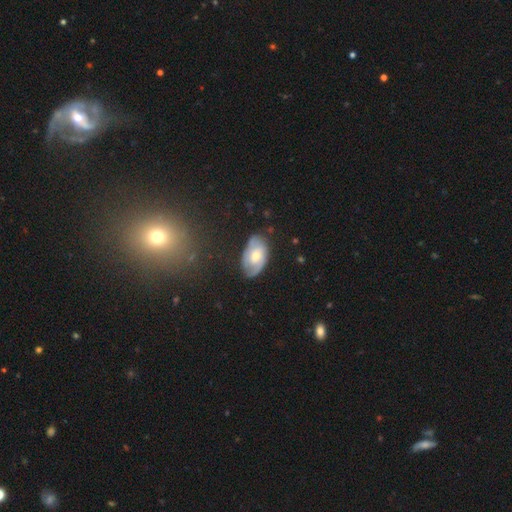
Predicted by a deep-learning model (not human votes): Q: Smooth or featured?
A: featured or disk (57%); runner-up: smooth (36%)
Q: Edge-on disk?
A: no (94%); runner-up: yes (6%)
Q: Bar?
A: no (62%); runner-up: weak (32%)
Q: Spiral arms?
A: yes (82%); runner-up: no (18%)
Q: Bulge size?
A: moderate (56%); runner-up: small (37%)
Q: Merging?
A: none (69%); runner-up: minor disturbance (23%)